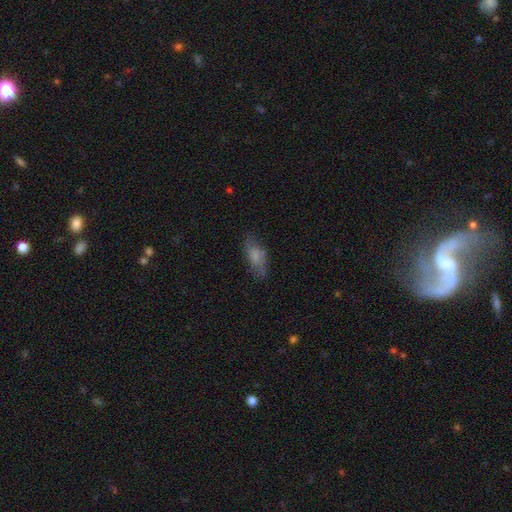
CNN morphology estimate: type=smooth (68%); roundness=in between (76%); merging=none (69%).